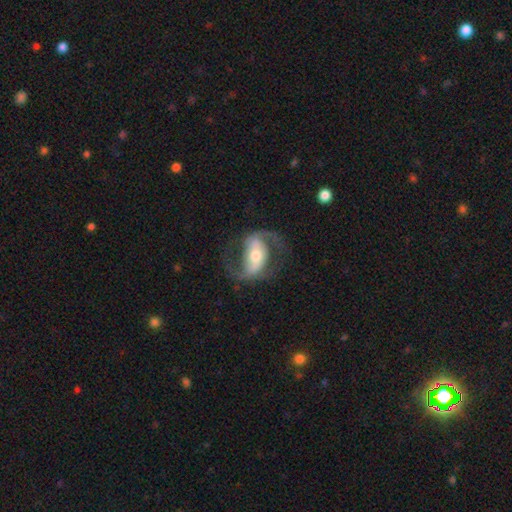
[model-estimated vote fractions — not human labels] A featured or disk galaxy (85%) with a strong bar (44%), 2 (91%) medium (51%) spiral arms (93%) and a moderate central bulge (61%).

Vote fractions:
- Smooth or featured? featured or disk: 85% / smooth: 10% / star or artifact: 5%
- Edge-on disk? no: 96% / yes: 4%
- Bar? strong: 44% / weak: 34% / no: 22%
- Spiral arms? yes: 93% / no: 7%
- Spiral winding? medium: 51% / loose: 36% / tight: 13%
- Spiral arm count? 2: 91% / can't tell: 3% / 1: 3% / 3: 1% / 4: 1% / more than 4: 1%
- Bulge size? moderate: 61% / small: 26% / large: 10% / dominant: 2% / none: 1%
- Merging? none: 71% / minor disturbance: 14% / major disturbance: 13% / merger: 2%